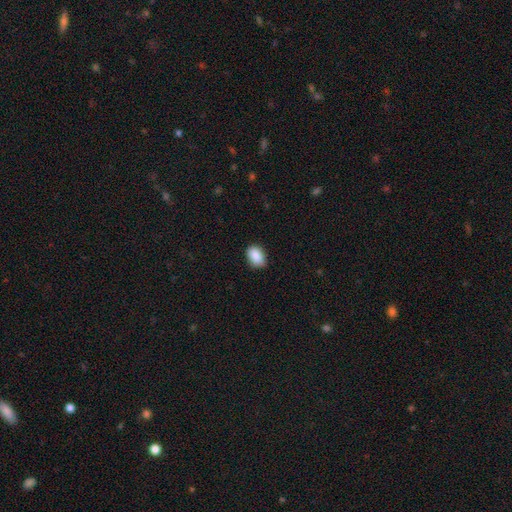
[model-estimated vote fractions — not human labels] Smooth or featured: smooth — 89% (star or artifact — 7%)
How rounded: in between — 83% (round — 15%)
Merging: none — 85% (minor disturbance — 12%)